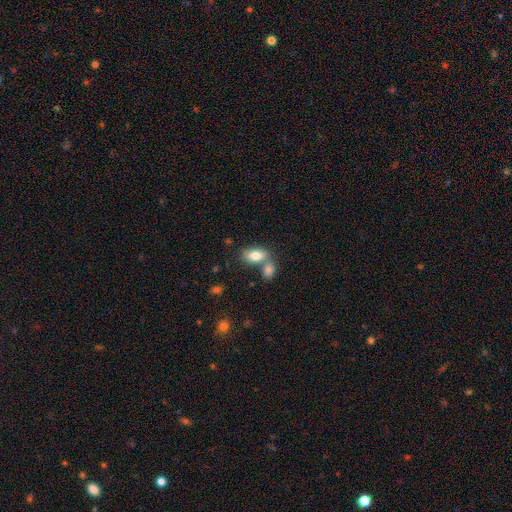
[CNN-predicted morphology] type=smooth (81%); roundness=in between (91%); merging=merger (46%).